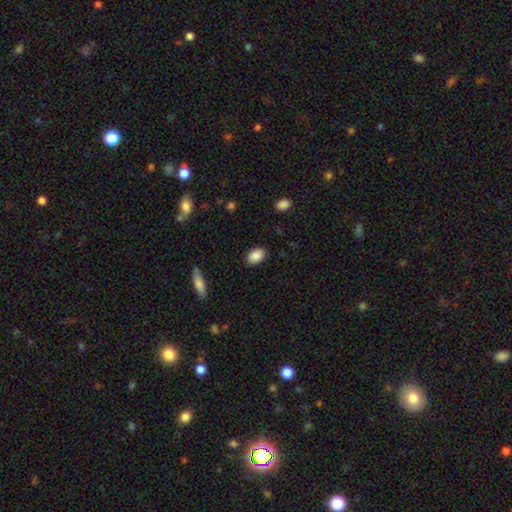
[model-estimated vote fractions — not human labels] A smooth galaxy with no disk features (88%) that is in between round and cigar-shaped (86%). Merging: none (87%).